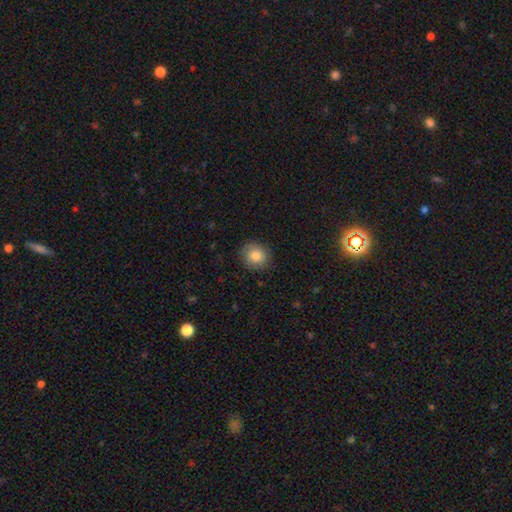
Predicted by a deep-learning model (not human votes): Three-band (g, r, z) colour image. It shows a smooth galaxy with no disk features (83%) that is round (81%). Merging: none (86%).